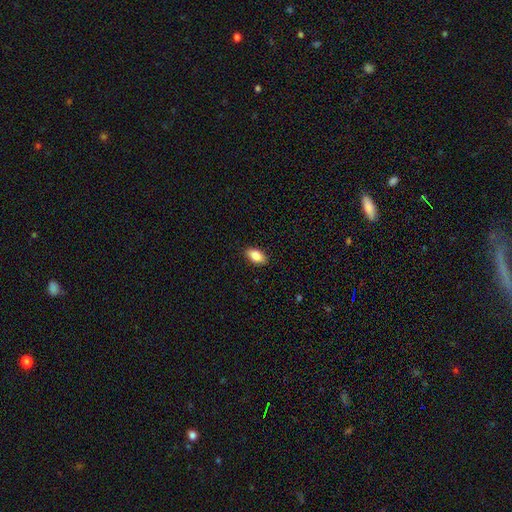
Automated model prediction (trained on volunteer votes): smooth-or-featured: smooth: 87% | star or artifact: 7% | featured or disk: 6%
  how-rounded: in between: 92% | round: 5% | cigar-shaped: 4%
  merging: none: 89% | minor disturbance: 8% | major disturbance: 2% | merger: 1%